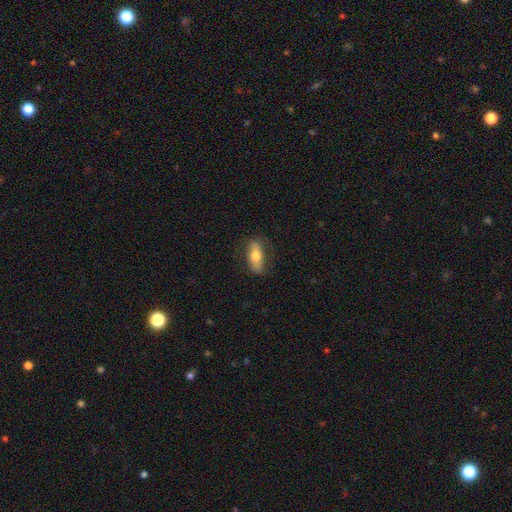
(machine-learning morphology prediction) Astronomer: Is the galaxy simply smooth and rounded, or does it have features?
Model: smooth — 60%.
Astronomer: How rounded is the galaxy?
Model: in between — 69%.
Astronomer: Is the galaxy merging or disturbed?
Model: none — 77%.